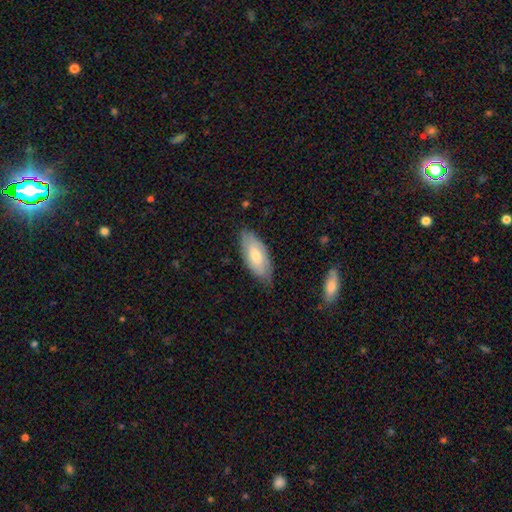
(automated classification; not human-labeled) Smooth or featured? smooth (59%)
How rounded? in between (86%)
Merging? none (73%)